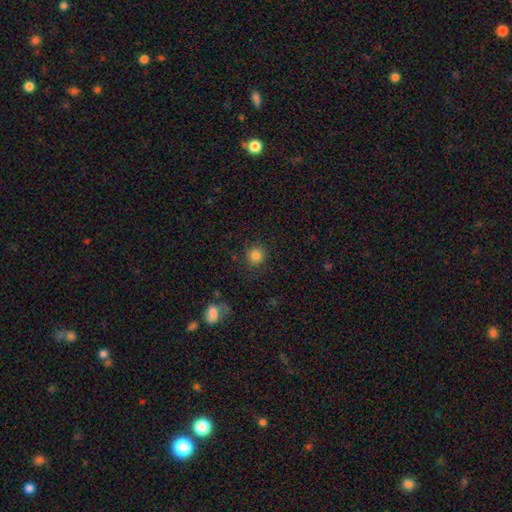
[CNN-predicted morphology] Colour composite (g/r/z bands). It shows a smooth galaxy with no disk features (83%) that is round (92%). Merging: none (88%).